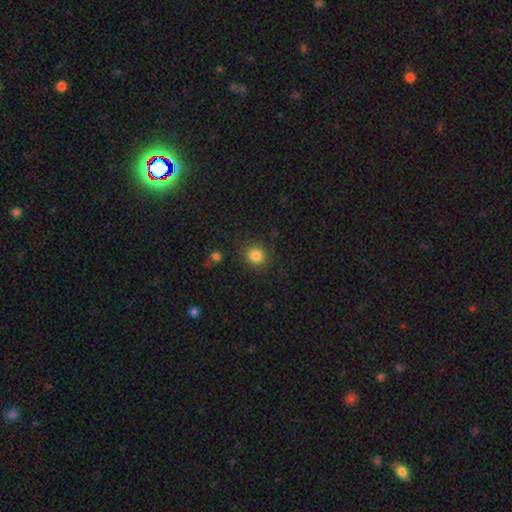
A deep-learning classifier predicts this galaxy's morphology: type=smooth (84%); roundness=round (85%); merging=none (86%).